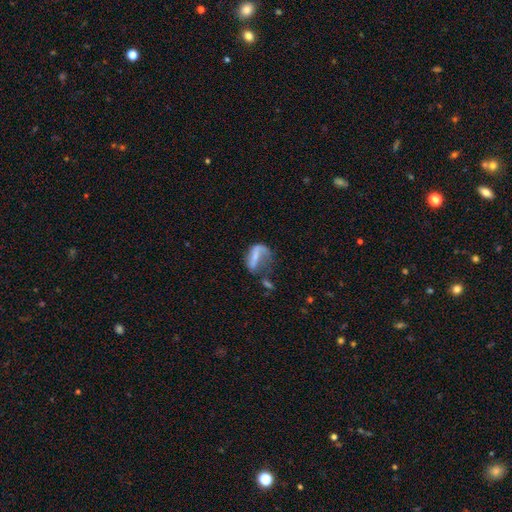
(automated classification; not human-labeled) This is possibly a featured or disk galaxy (48%). Merging: marginally major disturbance (44%).